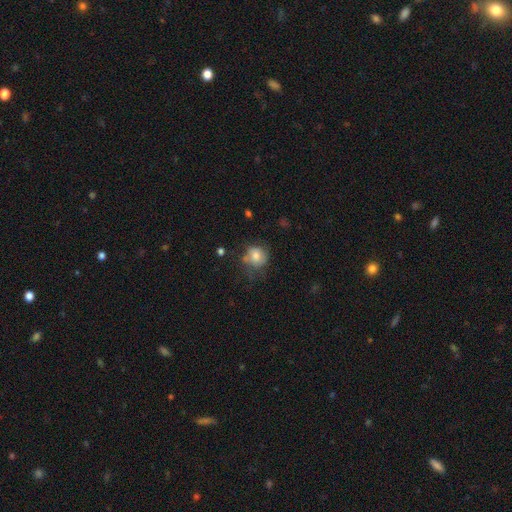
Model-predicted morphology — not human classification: type=smooth (68%); roundness=round (79%); merging=none (54%).